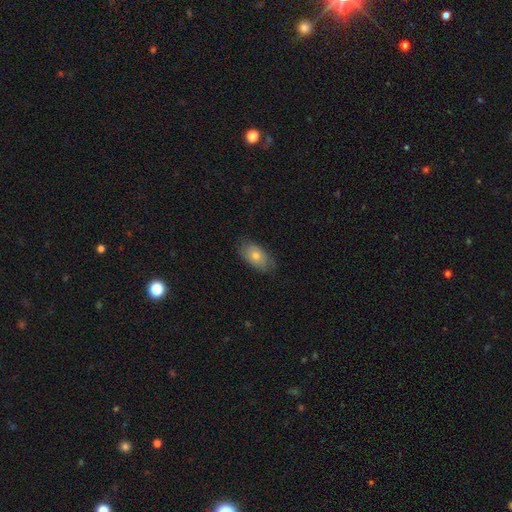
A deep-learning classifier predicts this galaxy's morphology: Q: Smooth or featured?
A: smooth (63%); runner-up: featured or disk (28%)
Q: How rounded?
A: in between (90%); runner-up: round (7%)
Q: Merging?
A: none (75%); runner-up: minor disturbance (19%)